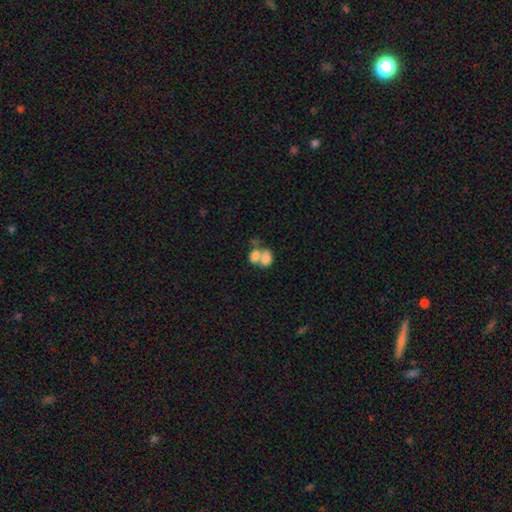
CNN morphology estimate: Smooth or featured? Predicted: smooth (p=0.69). How rounded? Predicted: in between (p=0.71). Merging? Predicted: merger (p=0.71).